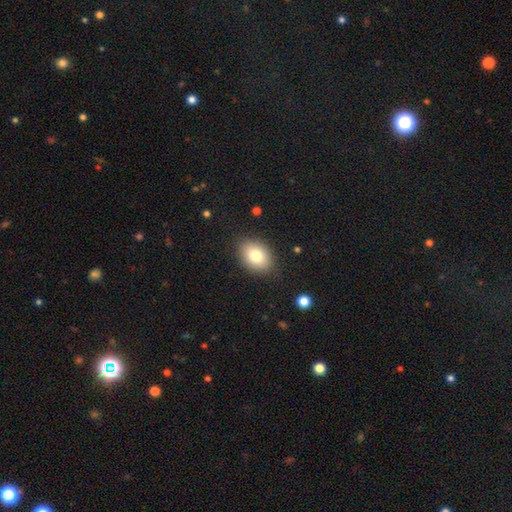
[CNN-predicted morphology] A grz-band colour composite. It shows a smooth galaxy with no disk features (81%) that is in between round and cigar-shaped (74%). Merging: none (86%).